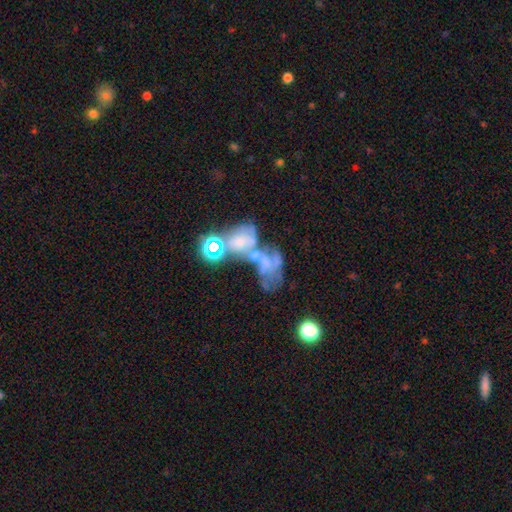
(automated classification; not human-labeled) Smooth or featured?
  - featured or disk: 47% *
  - smooth: 31%
  - star or artifact: 22%
Merging?
  - merger: 61% *
  - major disturbance: 20%
  - none: 12%
  - minor disturbance: 7%